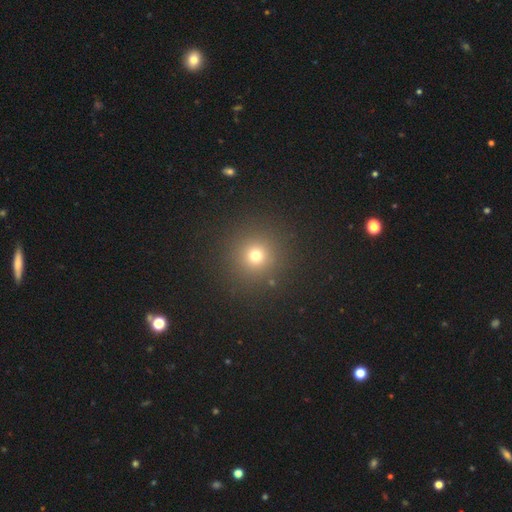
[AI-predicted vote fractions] Smooth or featured: smooth — 70% (star or artifact — 23%)
How rounded: round — 94% (in between — 5%)
Merging: none — 89% (minor disturbance — 6%)